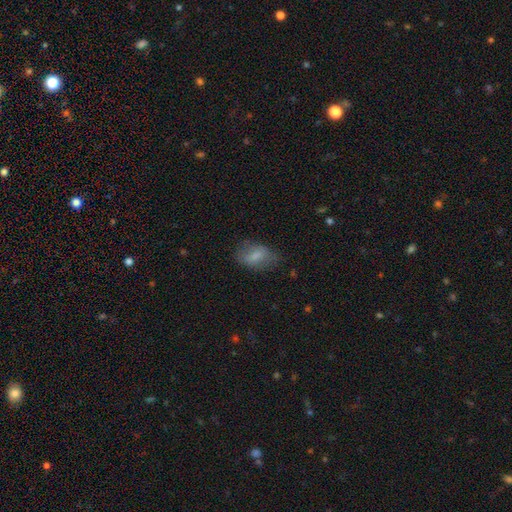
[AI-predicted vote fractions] Smooth or featured?
  - smooth: 70% *
  - featured or disk: 22%
  - star or artifact: 8%
How rounded?
  - in between: 88% *
  - round: 9%
  - cigar-shaped: 3%
Merging?
  - none: 68% *
  - minor disturbance: 22%
  - major disturbance: 8%
  - merger: 1%